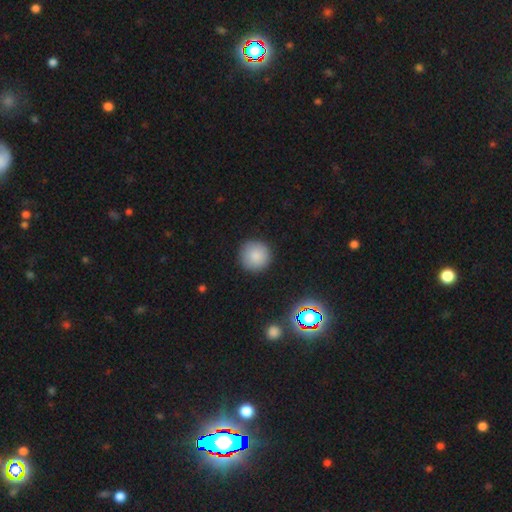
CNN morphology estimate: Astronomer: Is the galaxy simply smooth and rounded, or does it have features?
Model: smooth — 85%.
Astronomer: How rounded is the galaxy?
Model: round — 96%.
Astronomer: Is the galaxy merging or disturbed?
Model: none — 91%.